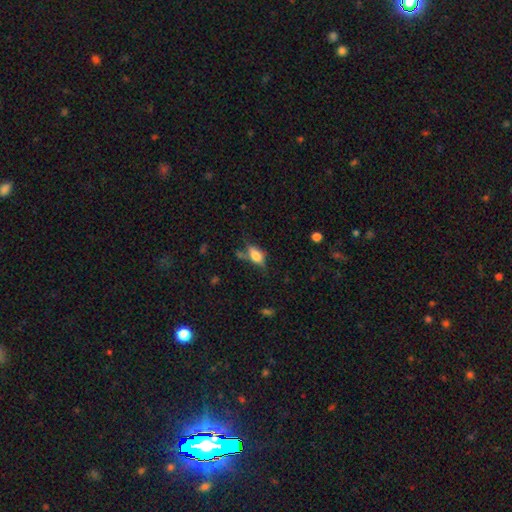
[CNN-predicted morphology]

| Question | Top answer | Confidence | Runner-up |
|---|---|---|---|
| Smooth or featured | smooth | 60% | featured or disk (30%) |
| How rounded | in between | 78% | cigar-shaped (16%) |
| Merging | none | 54% | minor disturbance (24%) |